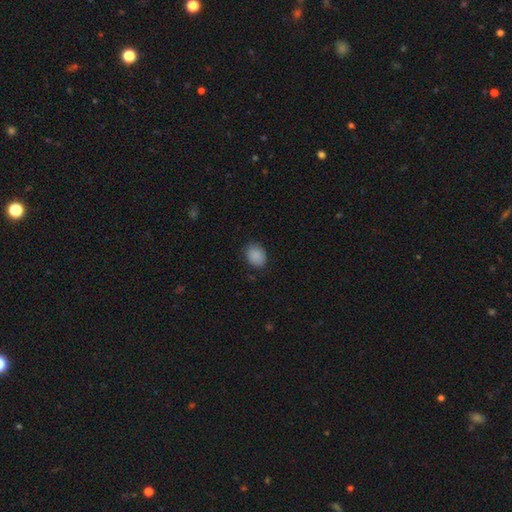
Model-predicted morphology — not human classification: smooth 89%, star or artifact 8%, featured or disk 4%. Down the decision tree: how rounded — in between (61%); merging — none (83%).